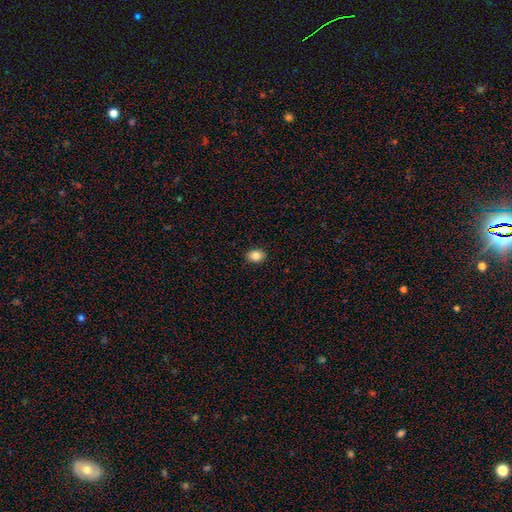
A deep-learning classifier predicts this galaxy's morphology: Q: Smooth or featured?
A: smooth (85%); runner-up: star or artifact (9%)
Q: How rounded?
A: in between (70%); runner-up: round (29%)
Q: Merging?
A: none (90%); runner-up: minor disturbance (7%)